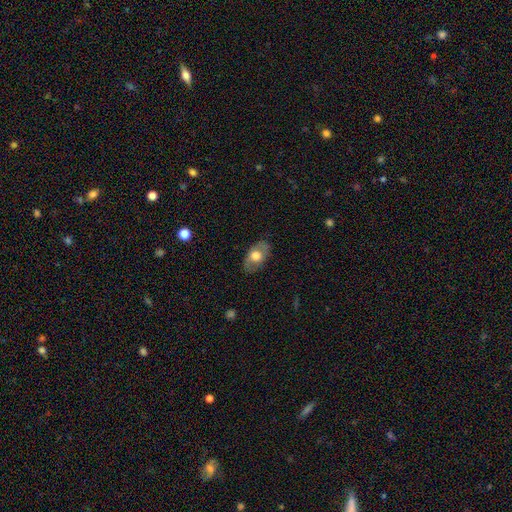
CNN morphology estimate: type=smooth (59%); roundness=in between (89%); merging=none (80%).